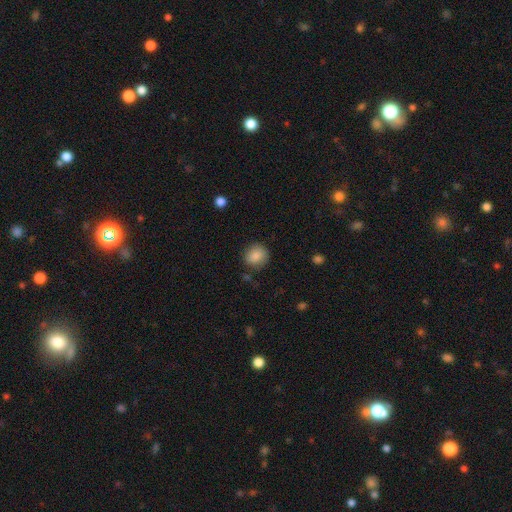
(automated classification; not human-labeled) This appears to be a smooth galaxy with no disk features (86%) that is round (81%). Merging: none (80%).